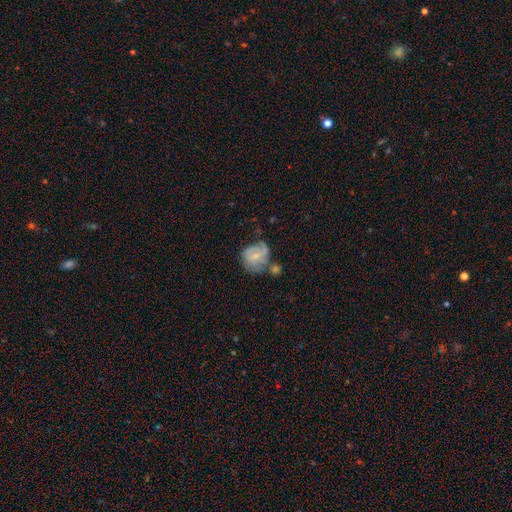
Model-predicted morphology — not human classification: featured or disk 52%, smooth 40%, star or artifact 8%. Down the decision tree: edge-on disk — no (98%); bar — no (63%); spiral arms — yes (70%); bulge size — small (63%); merging — none (37%).